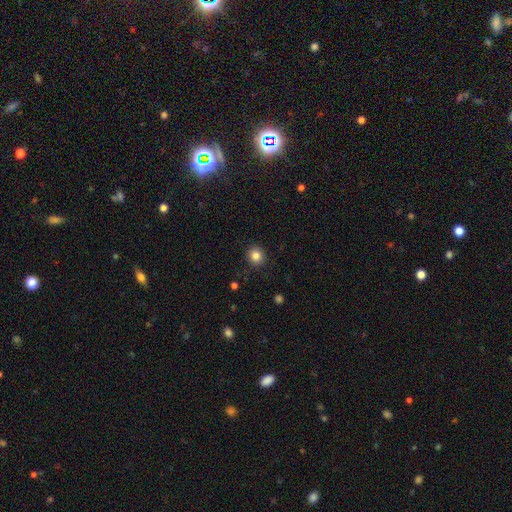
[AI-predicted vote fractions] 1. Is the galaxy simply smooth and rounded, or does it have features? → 84% smooth, 11% star or artifact, 6% featured or disk.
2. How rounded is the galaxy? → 86% round, 13% in between, 1% cigar-shaped.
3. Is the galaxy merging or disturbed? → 90% none, 7% minor disturbance, 2% major disturbance, 1% merger.